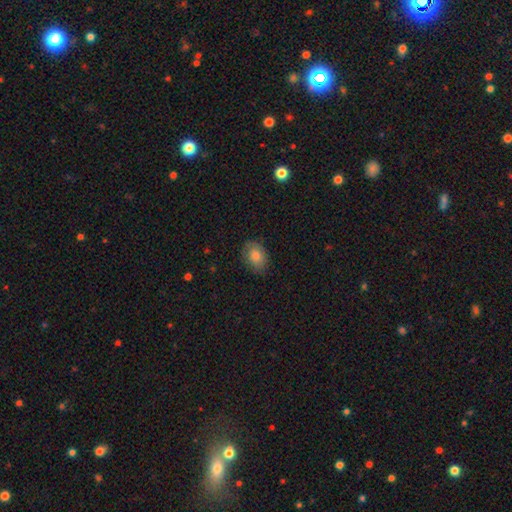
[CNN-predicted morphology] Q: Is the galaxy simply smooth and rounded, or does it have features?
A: smooth — 77%.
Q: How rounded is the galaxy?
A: in between — 77%.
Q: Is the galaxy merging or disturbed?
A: none — 80%.